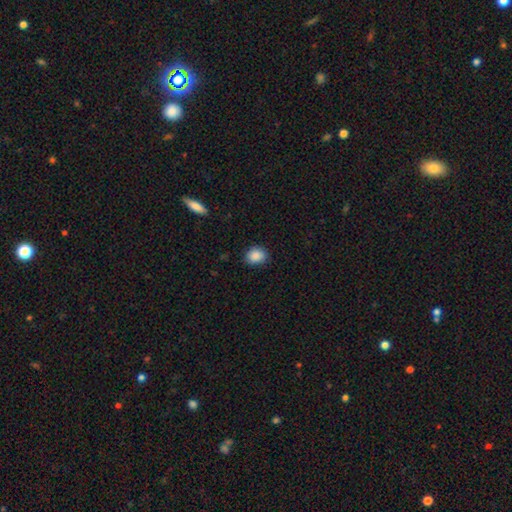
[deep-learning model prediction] This appears to be a smooth galaxy with no disk features (88%) that is round (51%). Merging: none (82%).